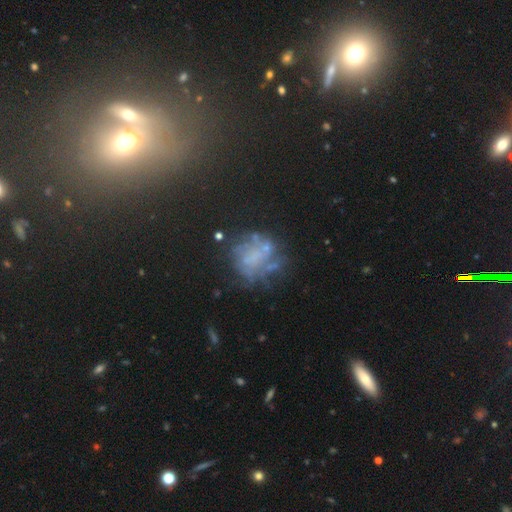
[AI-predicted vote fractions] This is possibly a featured or disk galaxy (52%). It is clearly not viewed edge-on (97%). Bar: clearly no (83%). Spiral arm pattern: likely no (69%). Central bulge: likely none (71%). Merging: possibly none (46%).